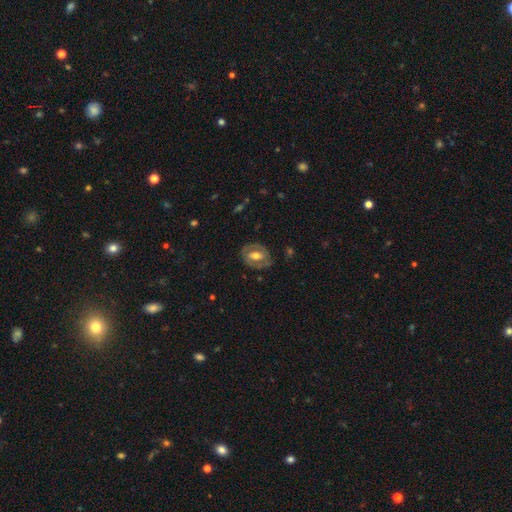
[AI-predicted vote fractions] This appears to be a featured or disk galaxy (62%) with a weak bar (38%, tied with no), no spiral arms (55%) and a moderate central bulge (69%). Merging: none (75%).